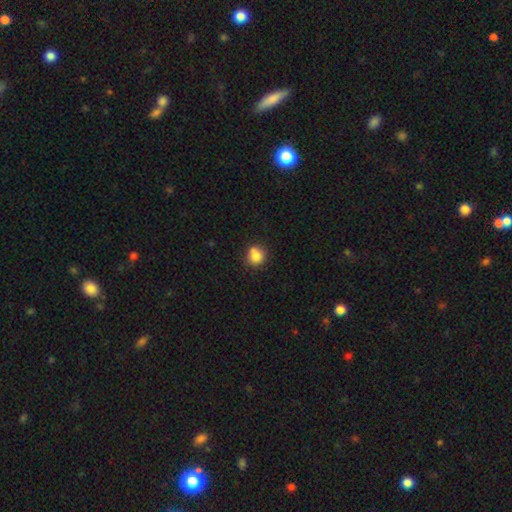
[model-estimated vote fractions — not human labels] Smooth or featured? smooth (79%)
How rounded? round (86%)
Merging? none (56%)